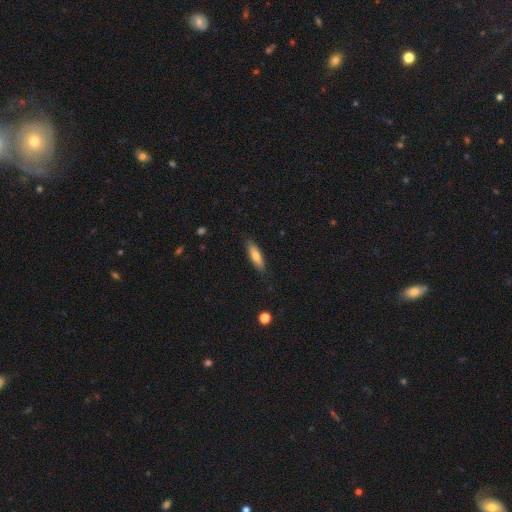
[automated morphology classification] smooth_or_featured: smooth (p=0.74) [alt: featured or disk p=0.20]
how_rounded: cigar-shaped (p=0.56) [alt: in between p=0.42]
merging: none (p=0.85) [alt: minor disturbance p=0.12]